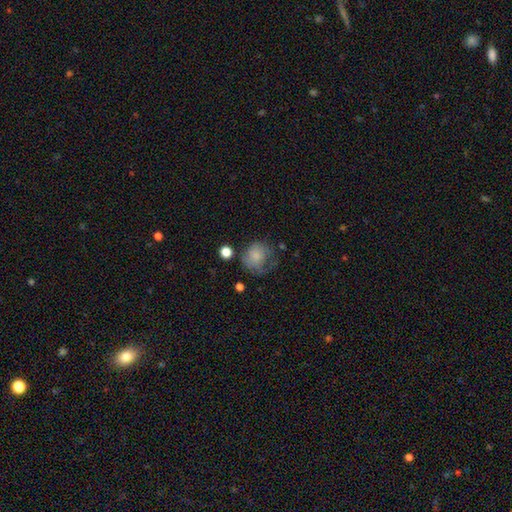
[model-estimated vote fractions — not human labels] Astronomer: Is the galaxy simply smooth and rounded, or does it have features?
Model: smooth — 73%.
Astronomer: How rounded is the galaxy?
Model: round — 76%.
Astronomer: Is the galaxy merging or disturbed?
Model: none — 42% (runner-up: minor disturbance, 29%).